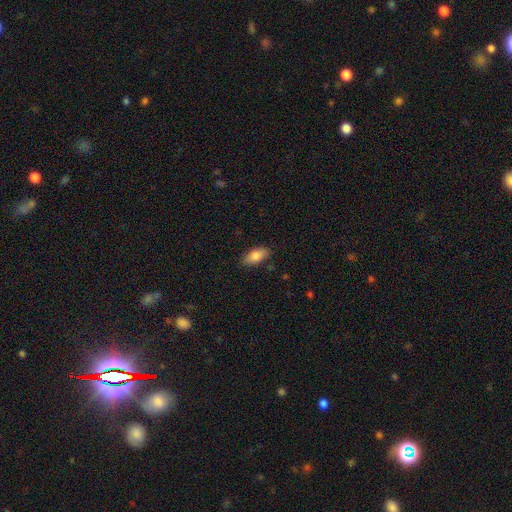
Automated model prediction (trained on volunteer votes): A smooth galaxy with no disk features (82%) that is in between round and cigar-shaped (87%). Merging: none (83%).